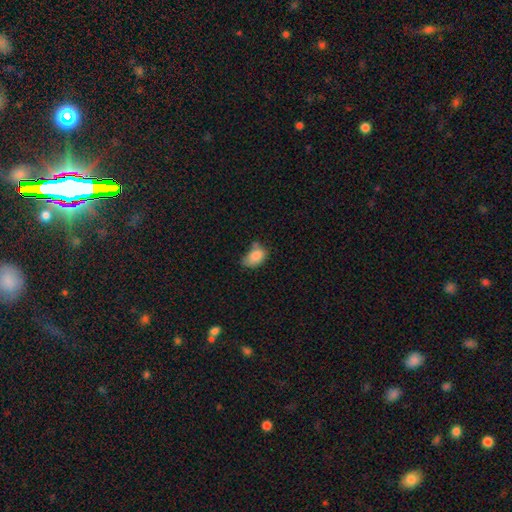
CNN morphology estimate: Smooth or featured?
  - smooth: 84% *
  - star or artifact: 9%
  - featured or disk: 8%
How rounded?
  - in between: 85% *
  - round: 13%
  - cigar-shaped: 1%
Merging?
  - none: 42% *
  - minor disturbance: 36%
  - merger: 12%
  - major disturbance: 10%